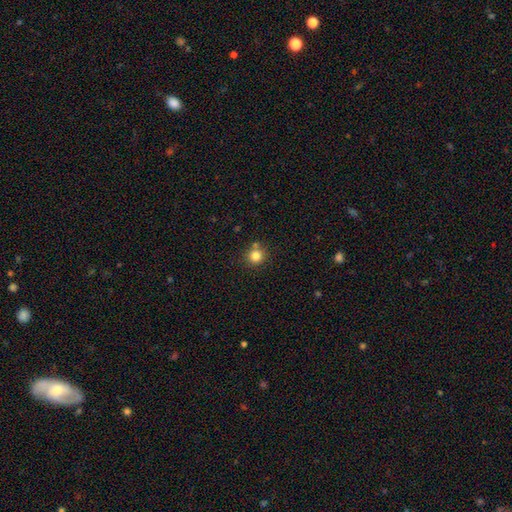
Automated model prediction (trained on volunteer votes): A smooth galaxy with no disk features (82%) that is round (91%). Merging: none (75%).